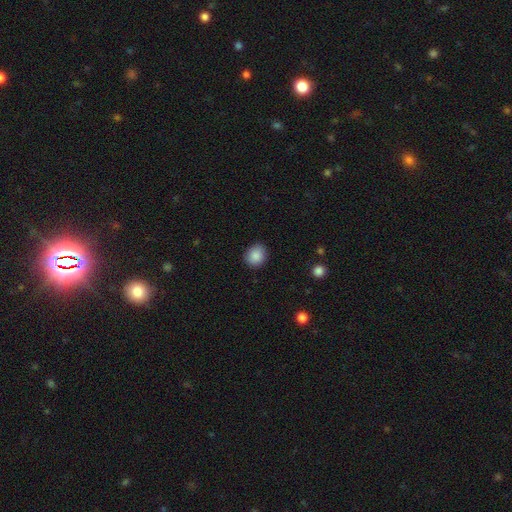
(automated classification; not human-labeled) Smooth or featured?
  - smooth: 88% *
  - star or artifact: 8%
  - featured or disk: 4%
How rounded?
  - round: 69% *
  - in between: 30%
  - cigar-shaped: 1%
Merging?
  - none: 86% *
  - minor disturbance: 11%
  - major disturbance: 2%
  - merger: 1%